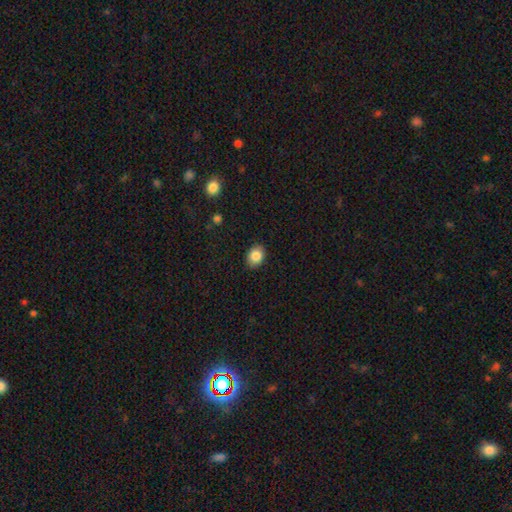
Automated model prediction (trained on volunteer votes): smooth_or_featured: smooth (p=0.86) [alt: star or artifact p=0.08]
how_rounded: in between (p=0.64) [alt: round p=0.36]
merging: none (p=0.88) [alt: minor disturbance p=0.09]